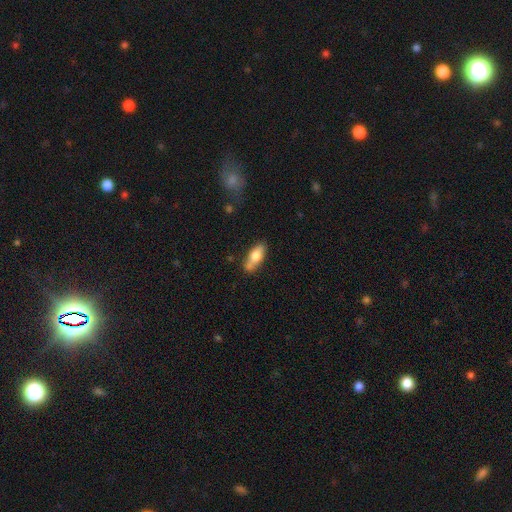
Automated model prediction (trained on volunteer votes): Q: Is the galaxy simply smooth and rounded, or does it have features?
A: smooth — 69%.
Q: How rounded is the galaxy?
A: in between — 74%.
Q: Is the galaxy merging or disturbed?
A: none — 65%.